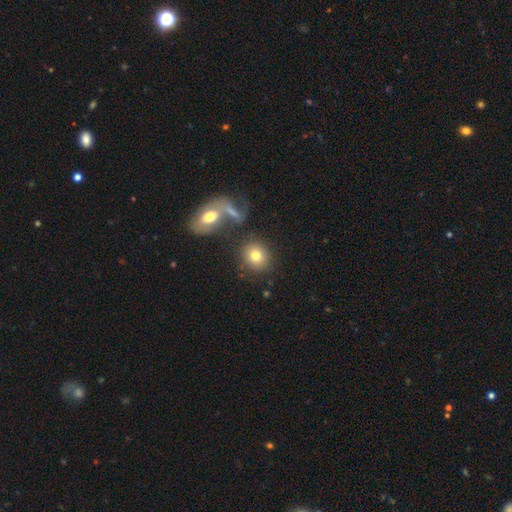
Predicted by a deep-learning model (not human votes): A smooth galaxy with no disk features (77%) that is round (76%).

Vote fractions:
- Smooth or featured? smooth: 77% / featured or disk: 12% / star or artifact: 11%
- How rounded? round: 76% / in between: 23% / cigar-shaped: 1%
- Merging? none: 77% / merger: 9% / minor disturbance: 9% / major disturbance: 4%